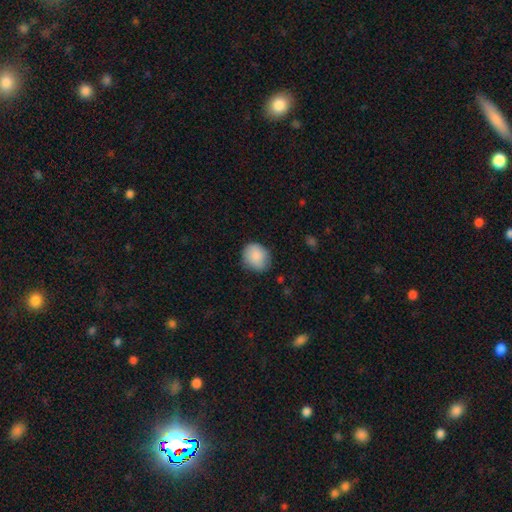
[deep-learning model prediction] This is clearly a smooth galaxy (88%). How rounded: likely round (71%). Merging: likely none (76%).